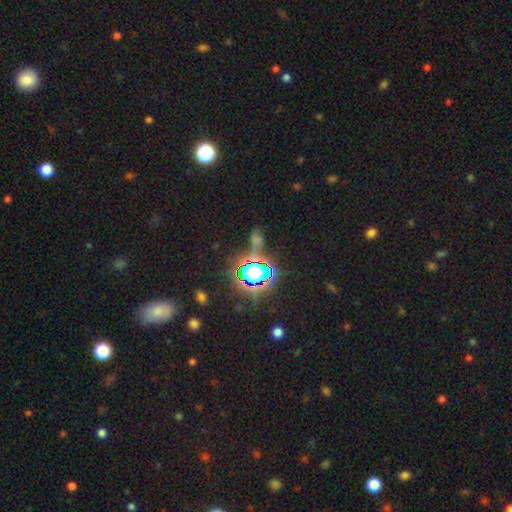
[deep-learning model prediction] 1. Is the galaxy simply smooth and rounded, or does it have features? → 80% star or artifact, 13% smooth, 7% featured or disk.